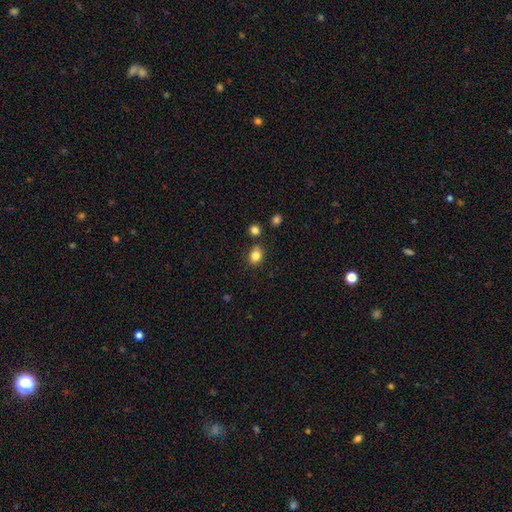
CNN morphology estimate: Q: Smooth or featured?
A: smooth (83%); runner-up: star or artifact (11%)
Q: How rounded?
A: round (53%); runner-up: in between (46%)
Q: Merging?
A: none (77%); runner-up: minor disturbance (13%)